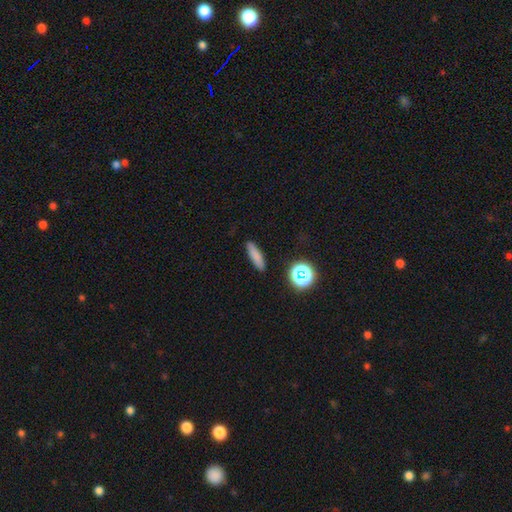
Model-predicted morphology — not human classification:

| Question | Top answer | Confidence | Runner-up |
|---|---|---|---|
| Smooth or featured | smooth | 78% | star or artifact (12%) |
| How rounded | cigar-shaped | 72% | in between (24%) |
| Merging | none | 88% | minor disturbance (8%) |